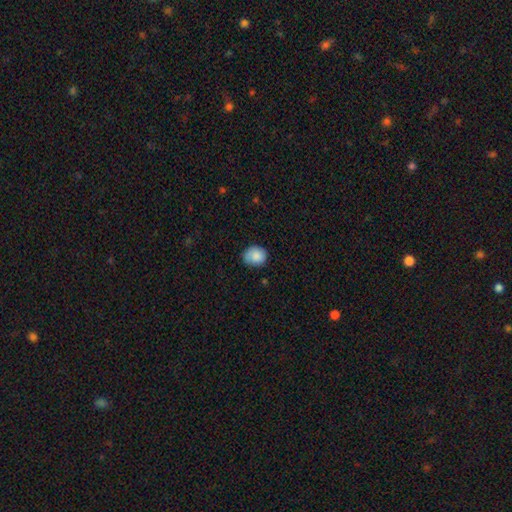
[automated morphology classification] Smooth or featured? Predicted: smooth (p=0.81). How rounded? Predicted: round (p=0.63). Merging? Predicted: none (p=0.73).